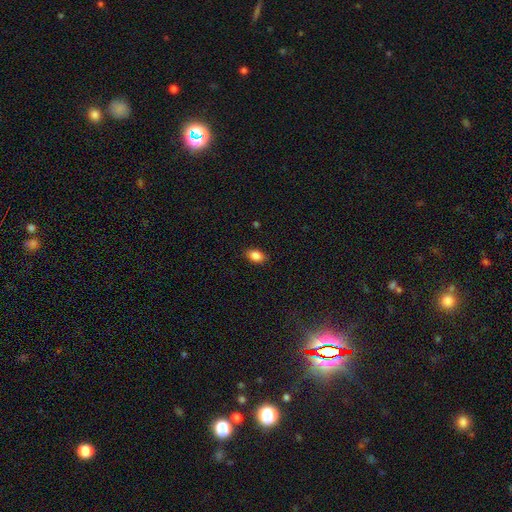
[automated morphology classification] A smooth galaxy with no disk features (88%) that is in between round and cigar-shaped (89%).

Vote fractions:
- Smooth or featured? smooth: 88% / star or artifact: 8% / featured or disk: 4%
- How rounded? in between: 89% / round: 9% / cigar-shaped: 2%
- Merging? none: 86% / minor disturbance: 10% / major disturbance: 2% / merger: 1%